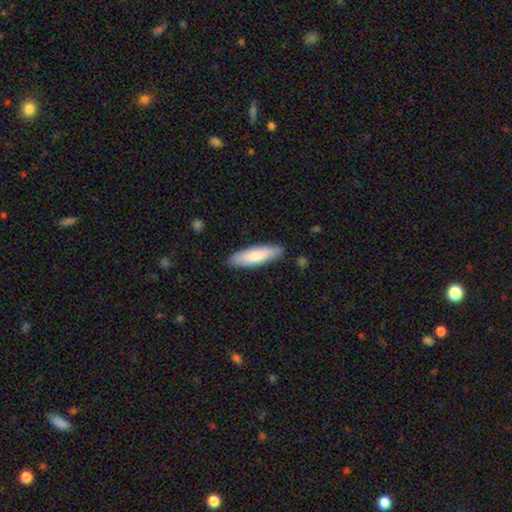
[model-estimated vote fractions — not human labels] Overall: smooth (79%). How rounded: cigar-shaped (60%; in between 39%). Merging: none (86%).